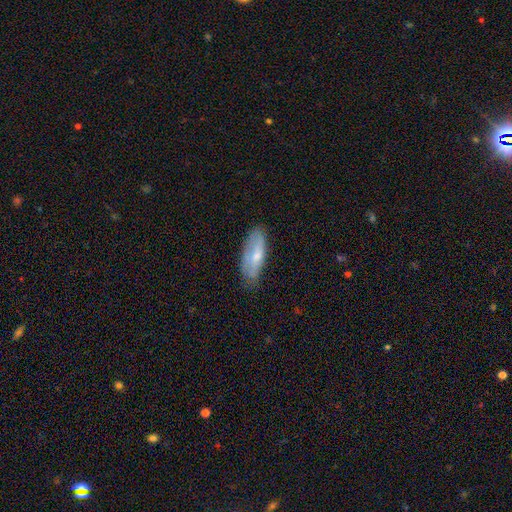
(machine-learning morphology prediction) A smooth galaxy with no disk features (59%) that is in between round and cigar-shaped (72%). Merging: none (71%).